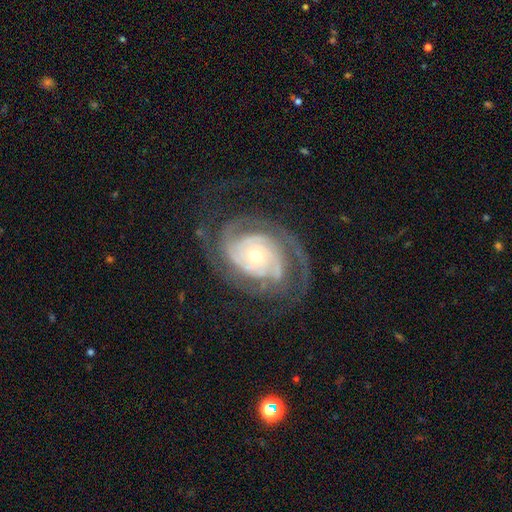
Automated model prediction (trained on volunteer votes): smooth-or-featured: featured or disk: 91% | smooth: 5% | star or artifact: 4%
  disk-edge-on: no: 97% | yes: 3%
    bar: no: 72% | weak: 20% | strong: 8%
    has-spiral-arms: yes: 98% | no: 2%
      spiral-winding: tight: 68% | medium: 27% | loose: 5%
      spiral-arm-count: 2: 36% | 3: 27% | can't tell: 16% | 4: 10% | 1: 6% | more than 4: 6%
    bulge-size: small: 51% | moderate: 44% | large: 3% | none: 1% | dominant: 1%
  merging: none: 70% | minor disturbance: 16% | major disturbance: 12% | merger: 1%